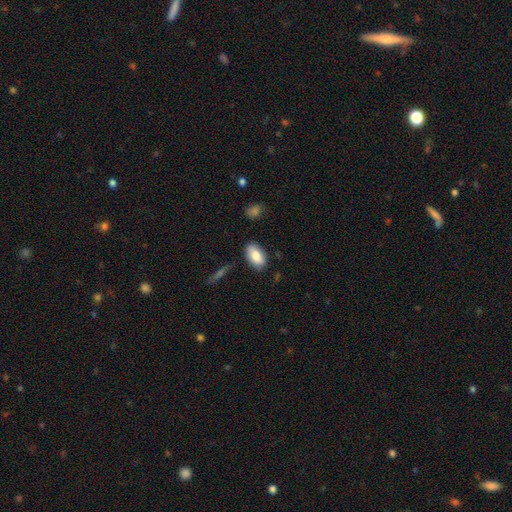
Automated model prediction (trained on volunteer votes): Smooth or featured? smooth (81%)
How rounded? in between (93%)
Merging? none (80%)